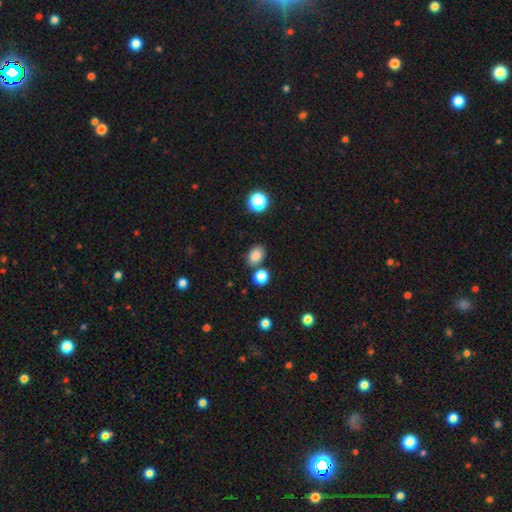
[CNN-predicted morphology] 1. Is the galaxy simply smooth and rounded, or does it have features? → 84% smooth, 11% star or artifact, 5% featured or disk.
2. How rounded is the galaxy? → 72% in between, 27% round, 1% cigar-shaped.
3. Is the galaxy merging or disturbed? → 74% none, 12% merger, 11% minor disturbance, 3% major disturbance.